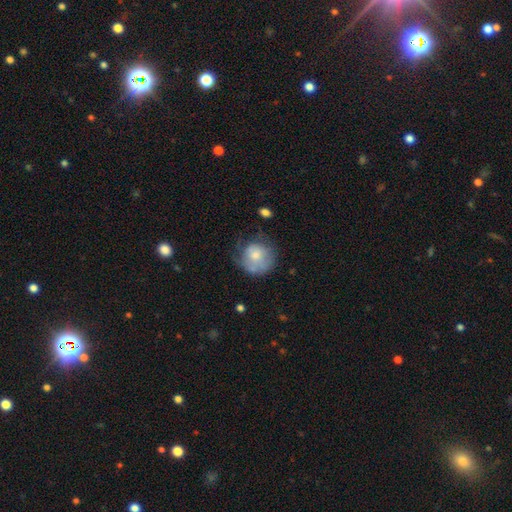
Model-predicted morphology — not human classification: smooth-or-featured: smooth: 62% | featured or disk: 31% | star or artifact: 7%
  how-rounded: round: 84% | in between: 15% | cigar-shaped: 1%
  merging: none: 46% | minor disturbance: 29% | major disturbance: 21% | merger: 3%